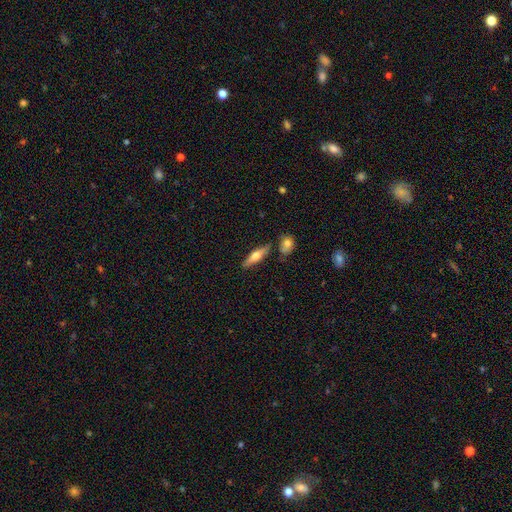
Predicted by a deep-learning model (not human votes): Smooth or featured: featured or disk — 52% (smooth — 43%)
Edge-on disk: yes — 93% (no — 7%)
Merging: none — 78% (minor disturbance — 11%)